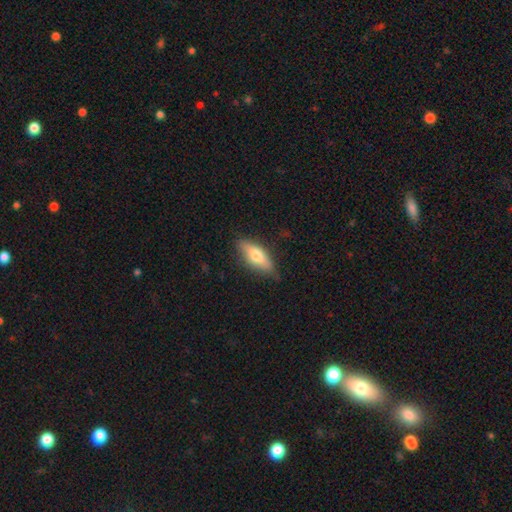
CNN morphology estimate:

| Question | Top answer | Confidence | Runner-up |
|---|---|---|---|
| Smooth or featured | smooth | 60% | featured or disk (34%) |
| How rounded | in between | 62% | cigar-shaped (36%) |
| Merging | none | 80% | minor disturbance (16%) |